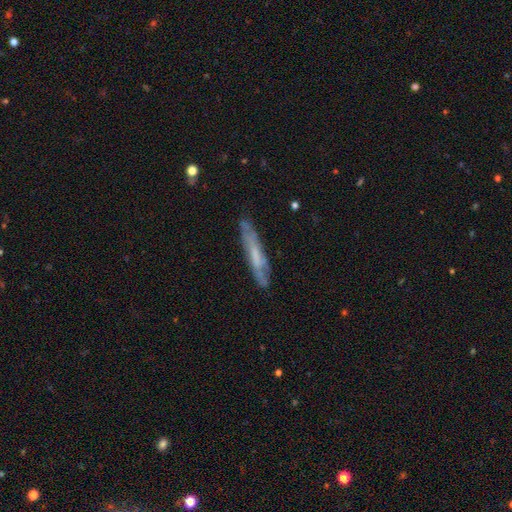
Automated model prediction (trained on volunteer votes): Smooth or featured? featured or disk (52%)
Edge-on disk? yes (67%)
Merging? none (78%)